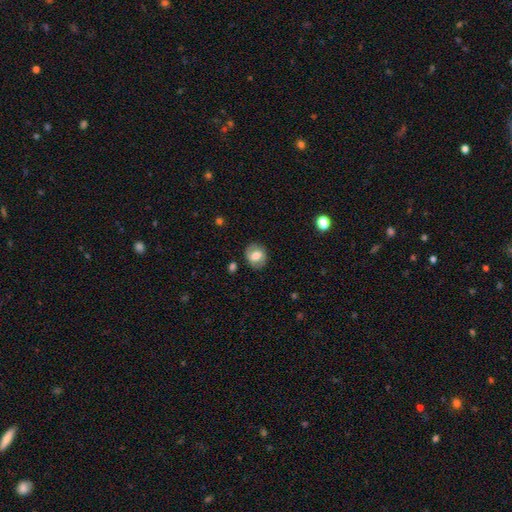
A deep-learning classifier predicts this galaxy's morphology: A smooth galaxy with no disk features (61%) that is round (56%).

Vote fractions:
- Smooth or featured? smooth: 61% / featured or disk: 31% / star or artifact: 8%
- How rounded? round: 56% / in between: 43% / cigar-shaped: 1%
- Merging? none: 82% / minor disturbance: 12% / major disturbance: 4% / merger: 2%